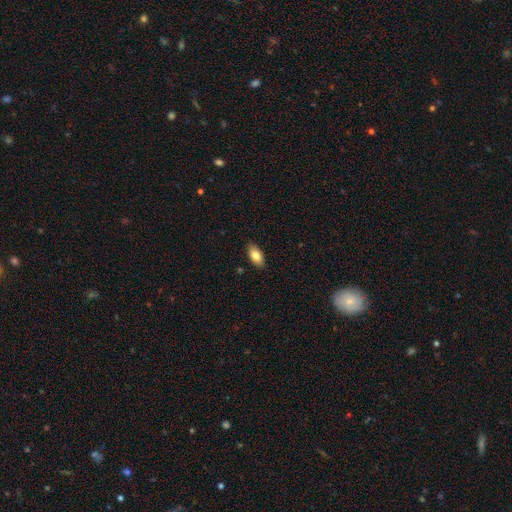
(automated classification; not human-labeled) This appears to be a smooth galaxy with no disk features (84%) that is in between round and cigar-shaped (92%). Merging: none (87%).